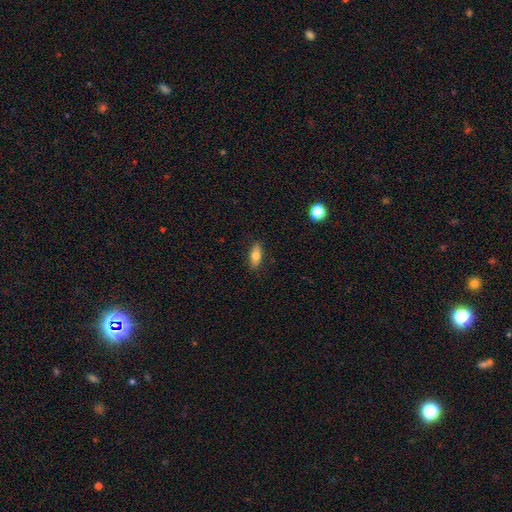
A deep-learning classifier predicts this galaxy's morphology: Smooth or featured? Predicted: smooth (p=0.75). How rounded? Predicted: in between (p=0.76). Merging? Predicted: none (p=0.86).